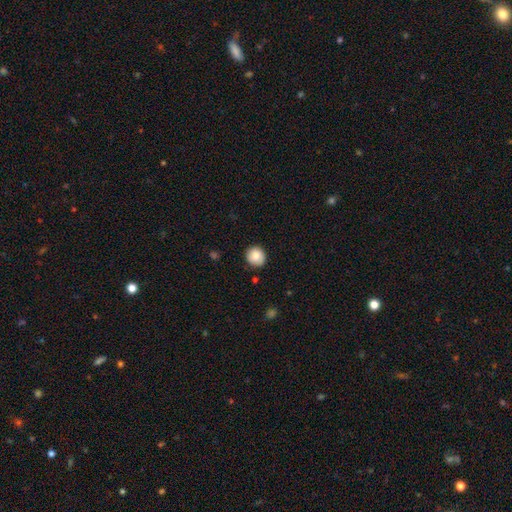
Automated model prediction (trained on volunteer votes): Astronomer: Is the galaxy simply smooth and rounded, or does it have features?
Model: smooth — 82%.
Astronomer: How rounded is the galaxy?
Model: round — 90%.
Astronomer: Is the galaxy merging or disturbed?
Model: none — 88%.